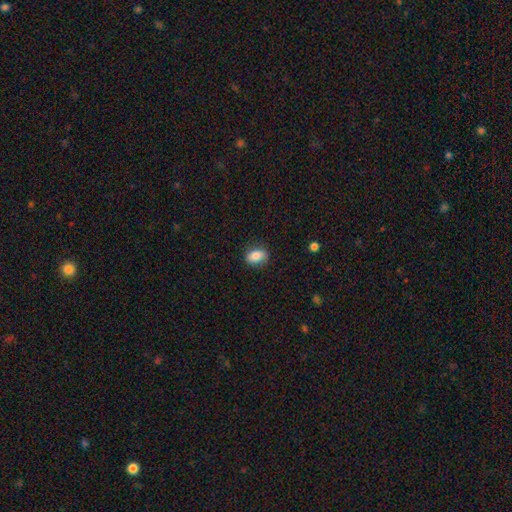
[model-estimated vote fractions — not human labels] Smooth or featured? smooth (83%)
How rounded? in between (78%)
Merging? none (83%)